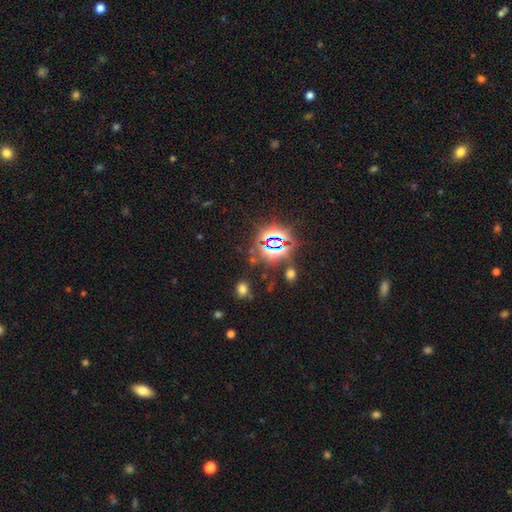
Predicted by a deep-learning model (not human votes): star or artifact 81%, smooth 11%, featured or disk 8%.